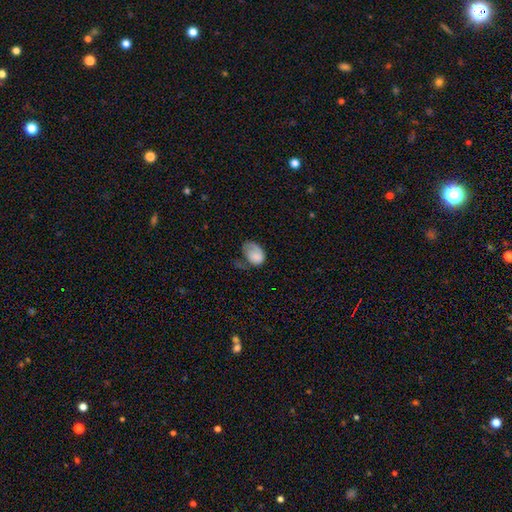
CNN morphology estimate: Smooth or featured: smooth — 70% (featured or disk — 23%)
How rounded: in between — 76% (round — 23%)
Merging: major disturbance — 43% (minor disturbance — 27%)